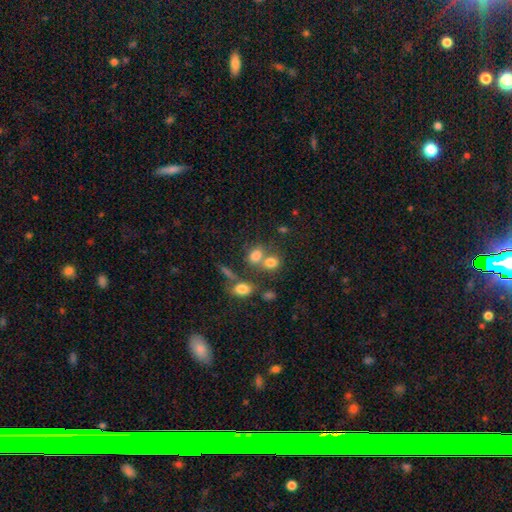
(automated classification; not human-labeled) This appears to be a smooth galaxy with no disk features (76%) that is in between round and cigar-shaped (54%). Merging: merger (45%).